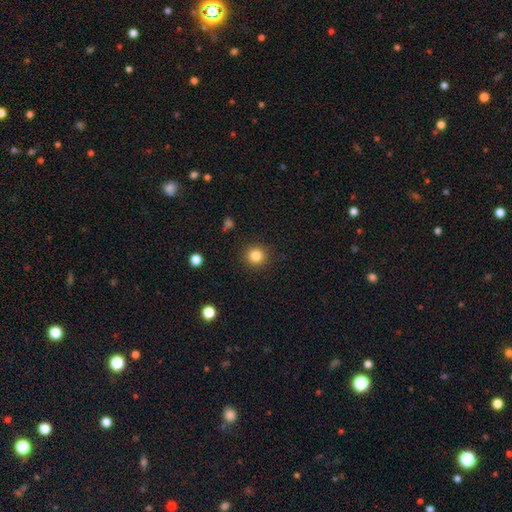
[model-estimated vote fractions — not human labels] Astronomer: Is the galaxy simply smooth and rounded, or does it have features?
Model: smooth — 83%.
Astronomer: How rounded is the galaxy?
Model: round — 93%.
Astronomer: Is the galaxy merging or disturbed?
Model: none — 89%.